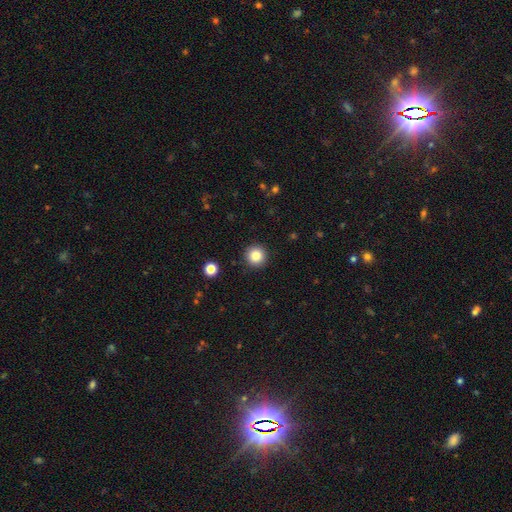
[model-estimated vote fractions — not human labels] Smooth or featured? Predicted: smooth (p=0.85). How rounded? Predicted: round (p=0.95). Merging? Predicted: none (p=0.92).